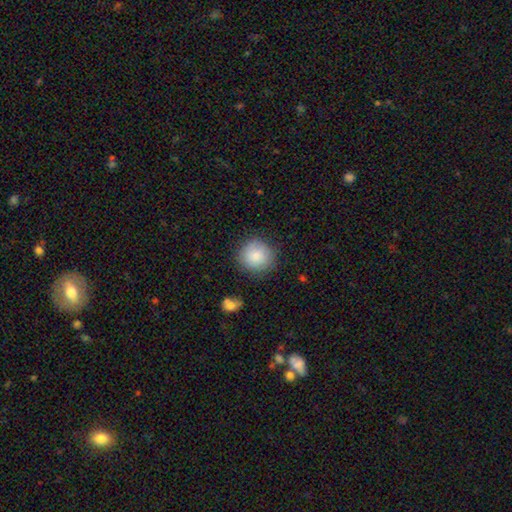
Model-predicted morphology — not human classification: The model was most divided on "merging": none: 83%, minor disturbance: 12%, major disturbance: 3%, merger: 2%. More confident: how rounded — round (91%); smooth or featured — smooth (85%).